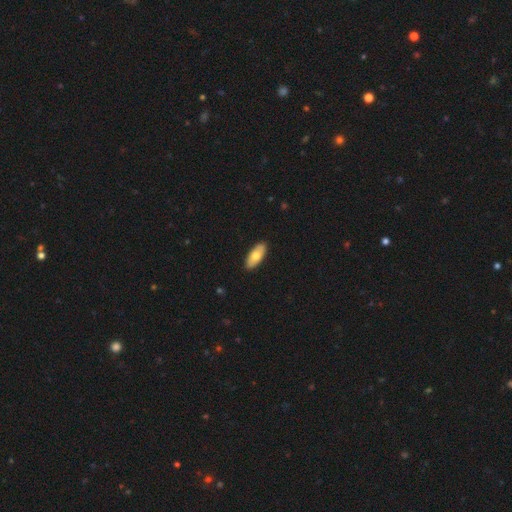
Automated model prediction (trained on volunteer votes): A smooth galaxy with no disk features (72%) that is in between round and cigar-shaped (85%).

Vote fractions:
- Smooth or featured? smooth: 72% / featured or disk: 23% / star or artifact: 5%
- How rounded? in between: 85% / cigar-shaped: 13% / round: 2%
- Merging? none: 90% / minor disturbance: 7% / major disturbance: 1% / merger: 1%